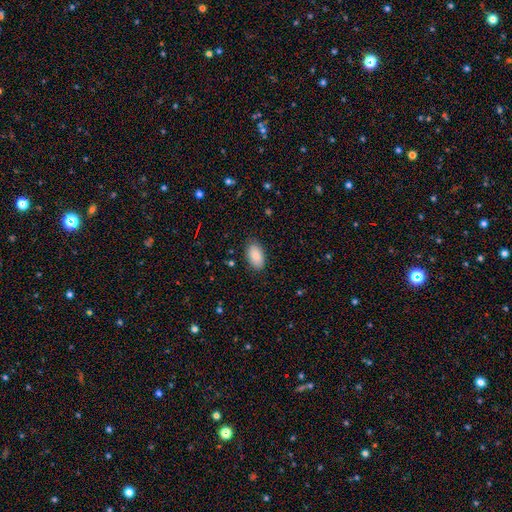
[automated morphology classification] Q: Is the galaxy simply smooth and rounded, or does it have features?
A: smooth — 85%.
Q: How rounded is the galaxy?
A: in between — 94%.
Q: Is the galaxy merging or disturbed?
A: none — 85%.